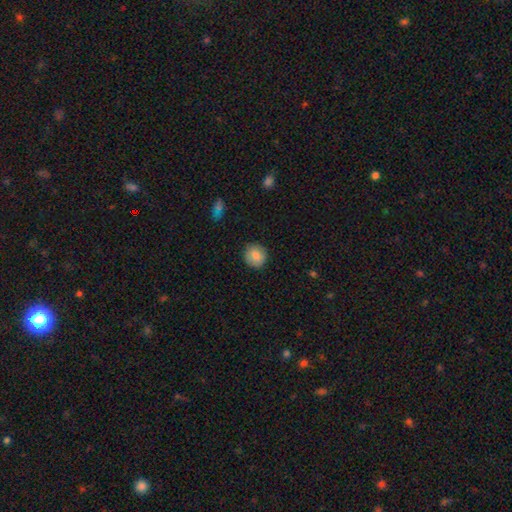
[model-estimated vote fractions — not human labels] The model was most divided on "smooth or featured": smooth: 84%, featured or disk: 8%, star or artifact: 7%. More confident: merging — none (89%); how rounded — round (89%).